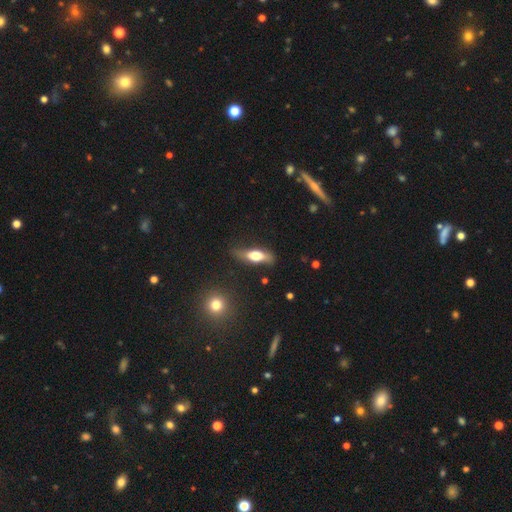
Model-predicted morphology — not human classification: A smooth galaxy with no disk features (54%) that is in between round and cigar-shaped (52%).

Vote fractions:
- Smooth or featured? smooth: 54% / featured or disk: 39% / star or artifact: 7%
- How rounded? in between: 52% / cigar-shaped: 45% / round: 4%
- Merging? none: 68% / minor disturbance: 22% / major disturbance: 8% / merger: 2%